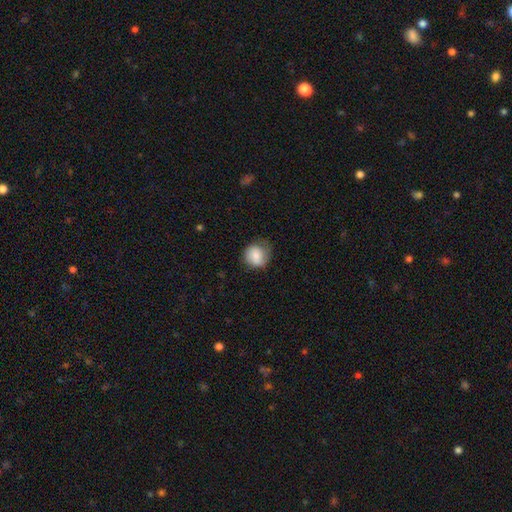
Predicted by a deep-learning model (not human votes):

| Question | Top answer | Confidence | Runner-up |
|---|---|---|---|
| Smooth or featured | smooth | 75% | featured or disk (17%) |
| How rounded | round | 83% | in between (16%) |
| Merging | none | 63% | minor disturbance (27%) |